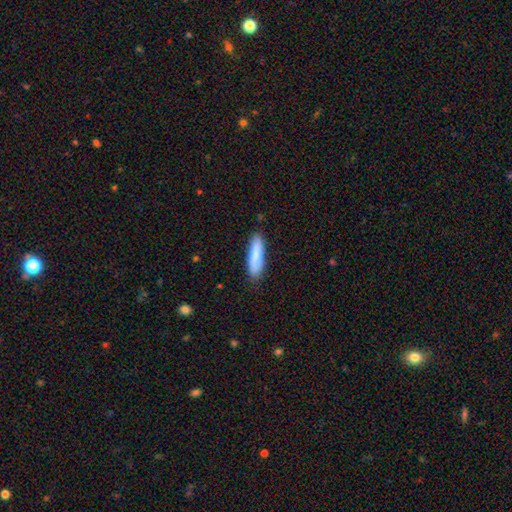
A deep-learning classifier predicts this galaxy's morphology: smooth-or-featured: smooth: 80% | featured or disk: 15% | star or artifact: 6%
  how-rounded: cigar-shaped: 65% | in between: 34% | round: 2%
  merging: none: 85% | minor disturbance: 12% | major disturbance: 2% | merger: 1%